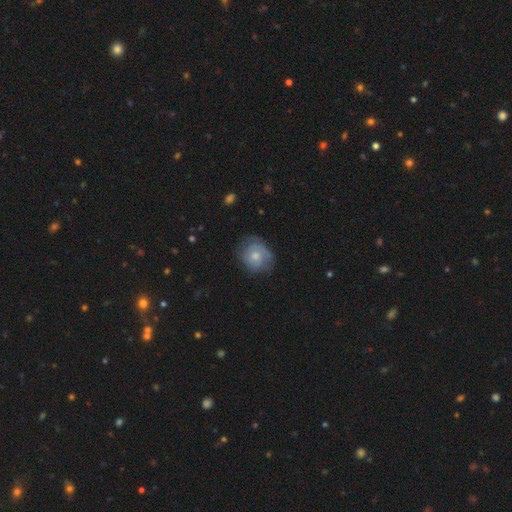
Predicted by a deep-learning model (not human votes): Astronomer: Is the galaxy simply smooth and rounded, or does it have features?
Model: smooth — 53% (runner-up: featured or disk, 40%).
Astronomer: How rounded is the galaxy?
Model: round — 70%.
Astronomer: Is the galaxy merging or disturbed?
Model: none — 64%.